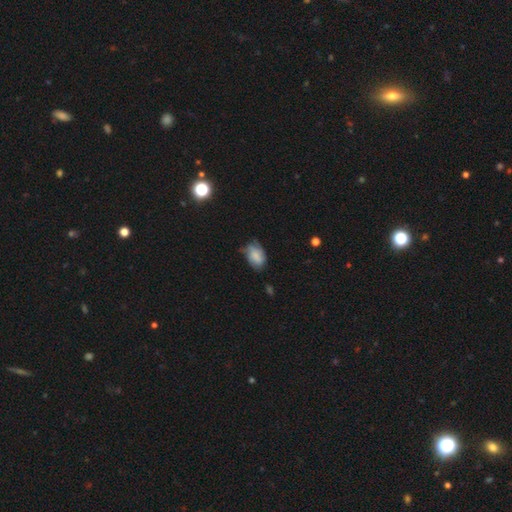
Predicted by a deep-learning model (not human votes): Smooth or featured: smooth — 69% (featured or disk — 22%)
How rounded: in between — 85% (round — 14%)
Merging: none — 44% (minor disturbance — 39%)